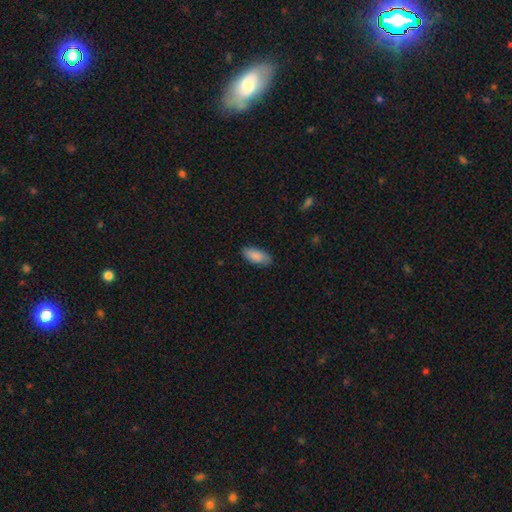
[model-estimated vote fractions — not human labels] This is clearly a smooth galaxy (89%). How rounded: clearly in between (88%). Merging: clearly none (85%).